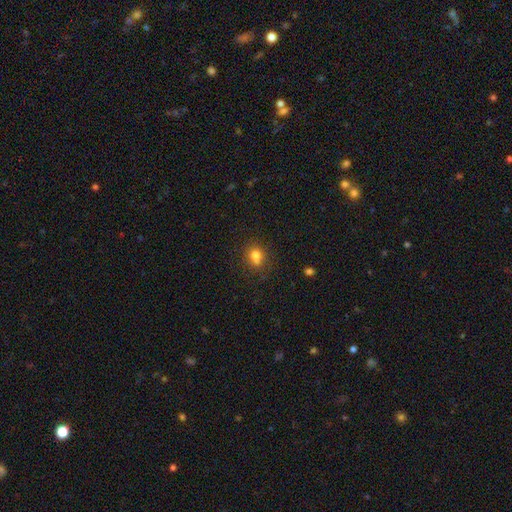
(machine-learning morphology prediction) Smooth or featured? Predicted: smooth (p=0.74). How rounded? Predicted: round (p=0.67). Merging? Predicted: none (p=0.53).